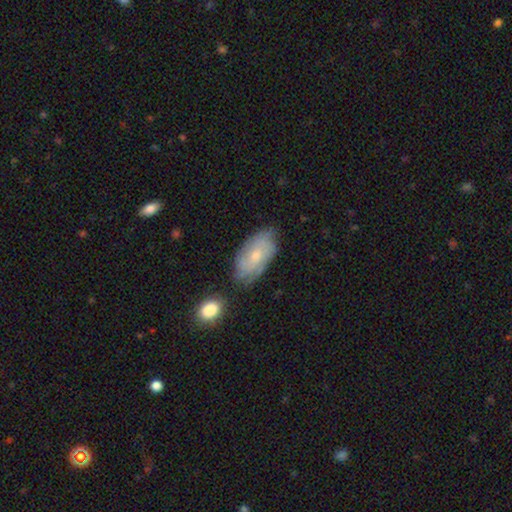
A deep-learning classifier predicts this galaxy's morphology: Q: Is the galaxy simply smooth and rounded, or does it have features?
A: featured or disk — 48%.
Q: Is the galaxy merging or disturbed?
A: none — 68%.